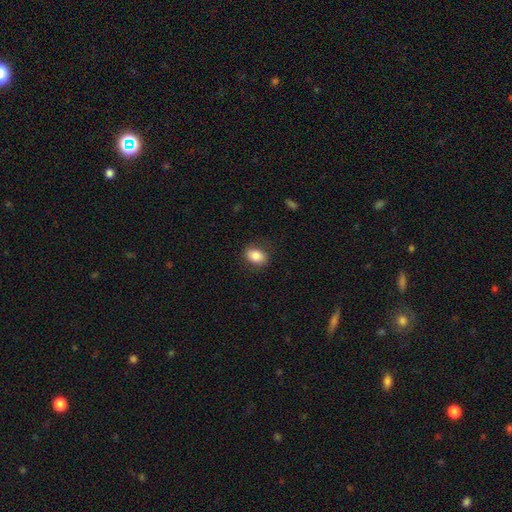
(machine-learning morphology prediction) smooth_or_featured: smooth (p=0.84) [alt: star or artifact p=0.08]
how_rounded: in between (p=0.78) [alt: round p=0.21]
merging: none (p=0.83) [alt: minor disturbance p=0.12]